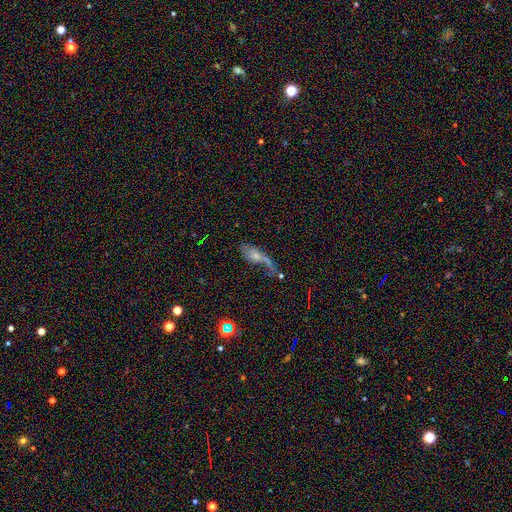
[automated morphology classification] featured or disk 52%, smooth 36%, star or artifact 12%. Down the decision tree: edge-on disk — no (87%); merging — major disturbance (40%).